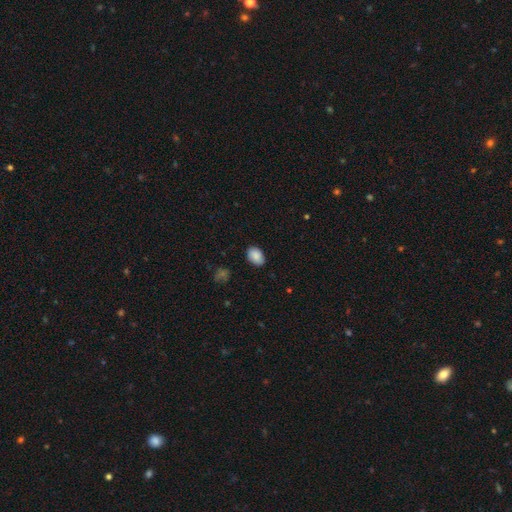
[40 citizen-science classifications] Smooth or featured? 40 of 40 (100%) said smooth. How rounded? 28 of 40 (70%) said in between. Merging? 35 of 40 (88%) said none.